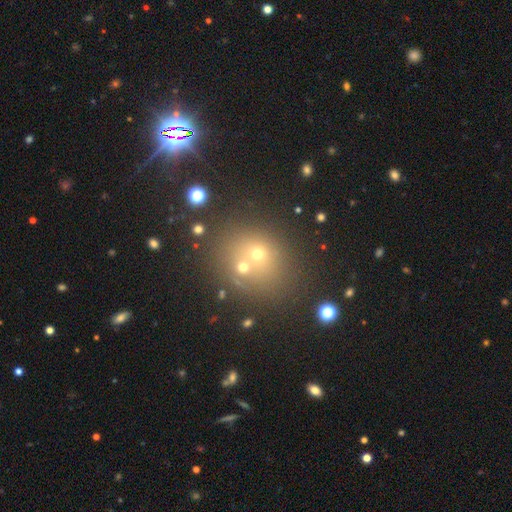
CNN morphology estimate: This appears to be a smooth galaxy with no disk features (56%) that is round (75%). Merging: none (56%).